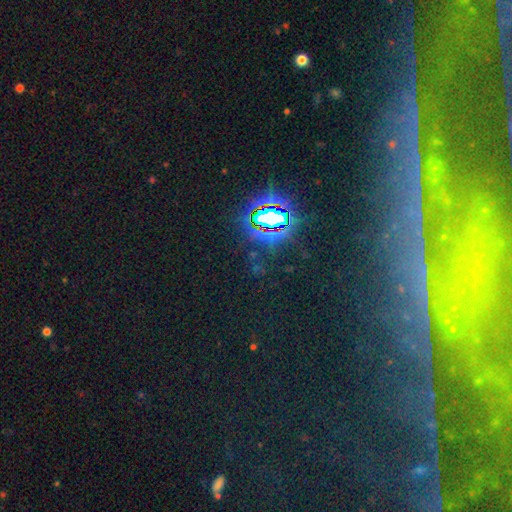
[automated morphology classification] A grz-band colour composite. It shows a star or artifact, not a galaxy (70%).